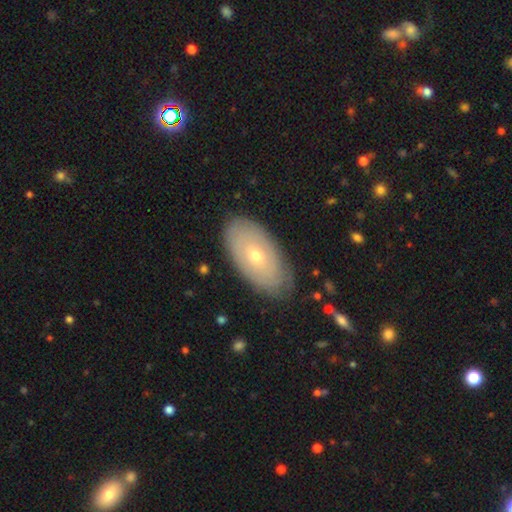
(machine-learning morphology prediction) type=featured or disk (50%); merging=none (83%).